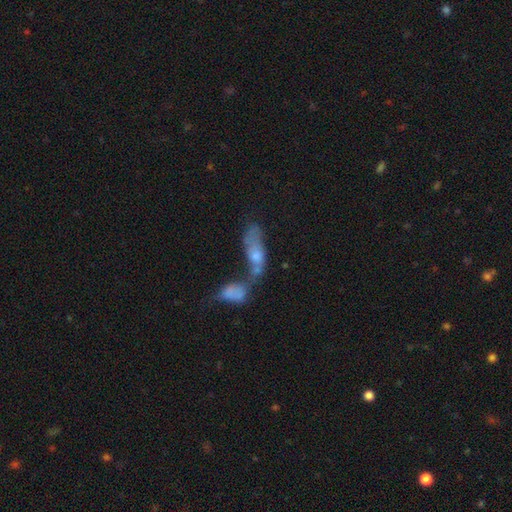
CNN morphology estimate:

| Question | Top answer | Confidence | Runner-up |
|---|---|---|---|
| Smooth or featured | smooth | 52% | featured or disk (38%) |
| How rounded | in between | 65% | cigar-shaped (30%) |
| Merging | merger | 65% | none (15%) |